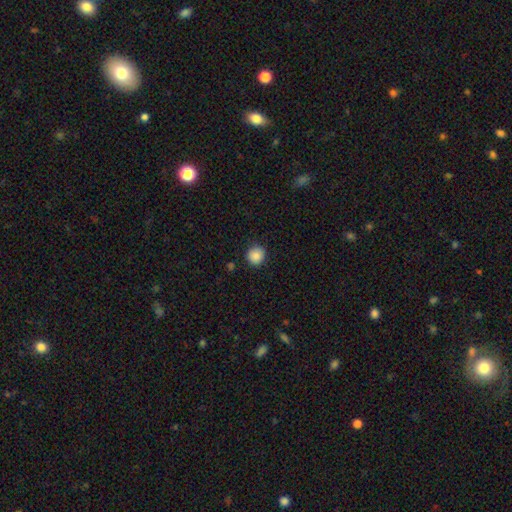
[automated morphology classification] type=smooth (87%); roundness=round (93%); merging=none (89%).